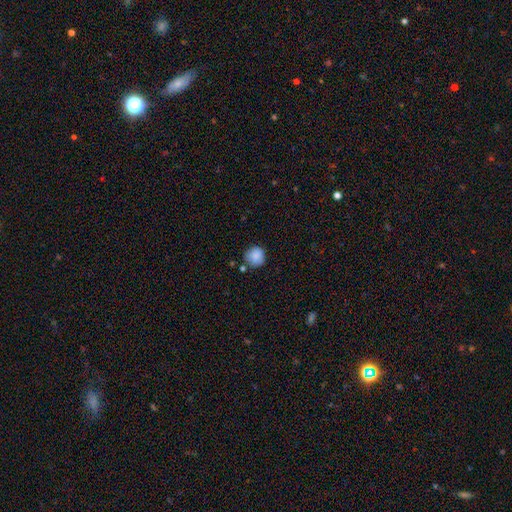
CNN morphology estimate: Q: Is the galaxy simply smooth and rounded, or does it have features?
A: smooth — 83%.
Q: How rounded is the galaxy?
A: round — 89%.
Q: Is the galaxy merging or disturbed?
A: none — 68%.